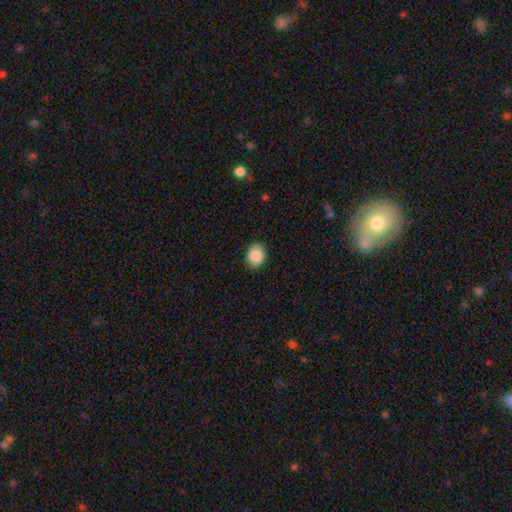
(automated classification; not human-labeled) smooth-or-featured: smooth: 88% | star or artifact: 8% | featured or disk: 5%
  how-rounded: in between: 66% | round: 33% | cigar-shaped: 1%
  merging: none: 85% | minor disturbance: 12% | major disturbance: 2% | merger: 1%